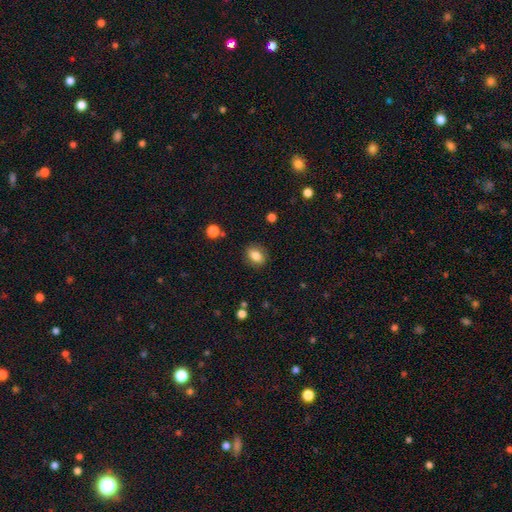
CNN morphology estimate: Q: Smooth or featured?
A: smooth (82%); runner-up: featured or disk (9%)
Q: How rounded?
A: in between (73%); runner-up: round (25%)
Q: Merging?
A: none (85%); runner-up: minor disturbance (10%)